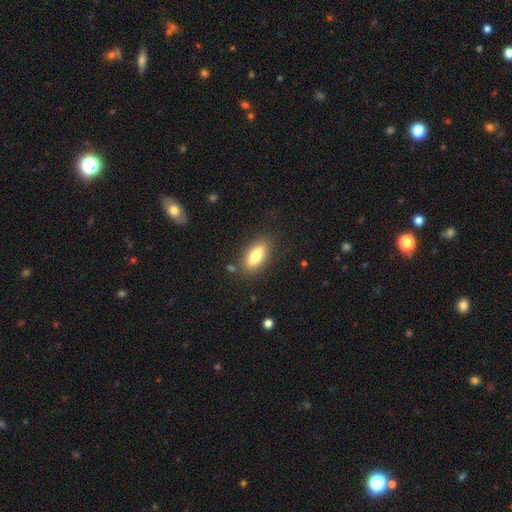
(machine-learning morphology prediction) This is likely a smooth galaxy (75%). How rounded: likely in between (80%). Merging: clearly none (84%).